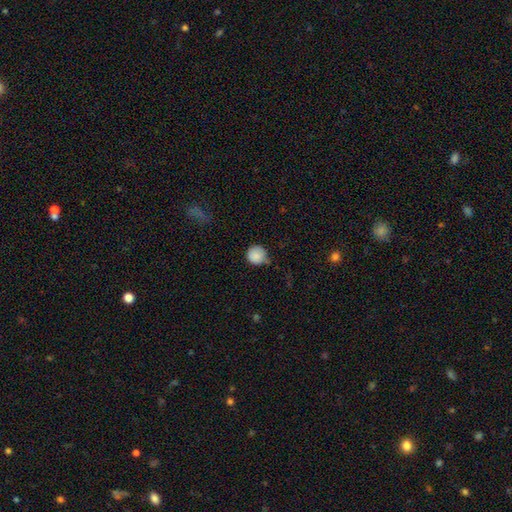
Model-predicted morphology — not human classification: smooth 86%, star or artifact 9%, featured or disk 5%. Down the decision tree: how rounded — round (92%); merging — none (58%).